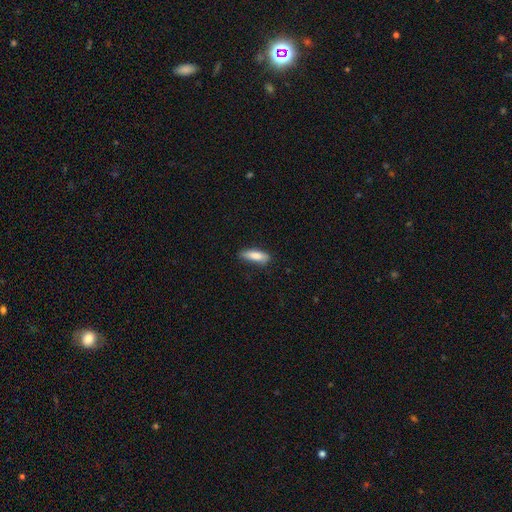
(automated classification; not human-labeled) Smooth or featured? smooth (80%)
How rounded? cigar-shaped (50%)
Merging? none (78%)